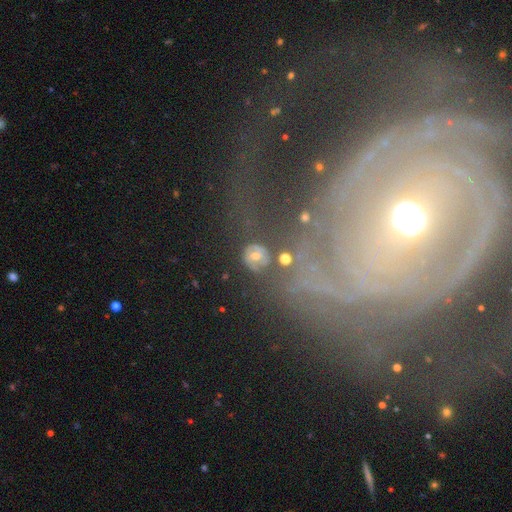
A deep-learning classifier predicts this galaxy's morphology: Smooth or featured? Predicted: smooth (p=0.41). Merging? Predicted: none (p=0.69).